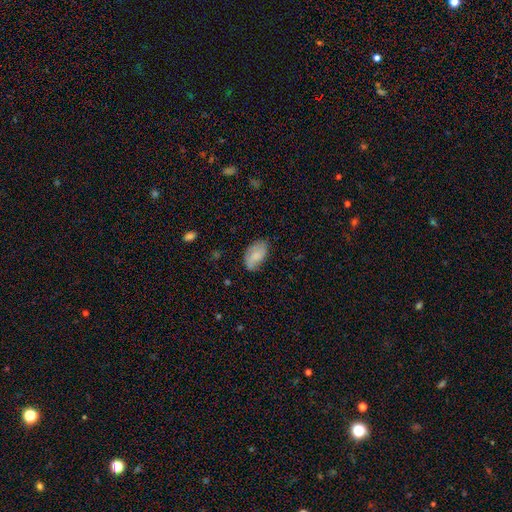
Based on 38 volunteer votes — Smooth or featured: smooth — 71% (featured or disk — 21%)
How rounded: in between — 93% (round — 4%)
Merging: none — 57% (minor disturbance — 31%)